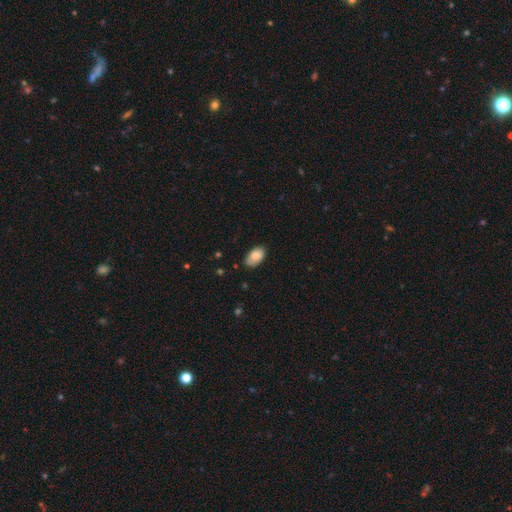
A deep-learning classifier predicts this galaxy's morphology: This is clearly a smooth galaxy (83%). How rounded: clearly in between (94%). Merging: likely none (76%).